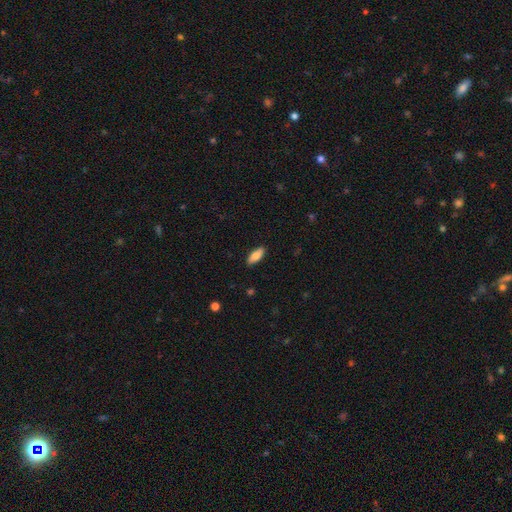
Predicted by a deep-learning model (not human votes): A smooth galaxy with no disk features (79%) that is in between round and cigar-shaped (77%).

Vote fractions:
- Smooth or featured? smooth: 79% / featured or disk: 15% / star or artifact: 6%
- How rounded? in between: 77% / cigar-shaped: 21% / round: 2%
- Merging? none: 88% / minor disturbance: 9% / major disturbance: 2% / merger: 1%